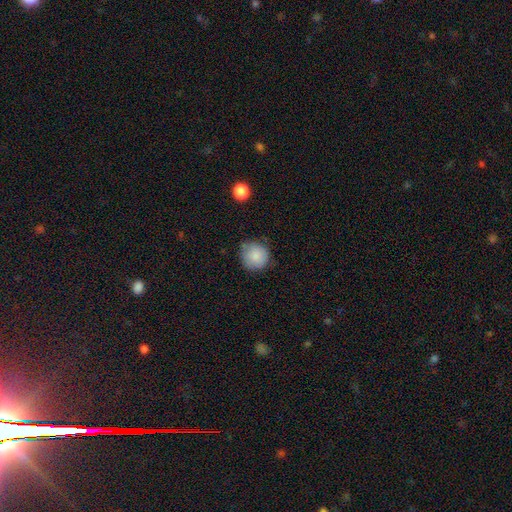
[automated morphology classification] This appears to be a smooth galaxy with no disk features (85%) that is round (91%). Merging: none (70%).